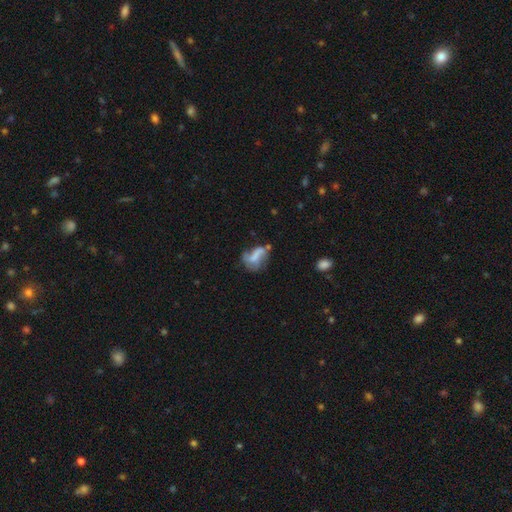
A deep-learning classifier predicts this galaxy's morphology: type=featured or disk (50%); merging=none (32%, tied with major disturbance).